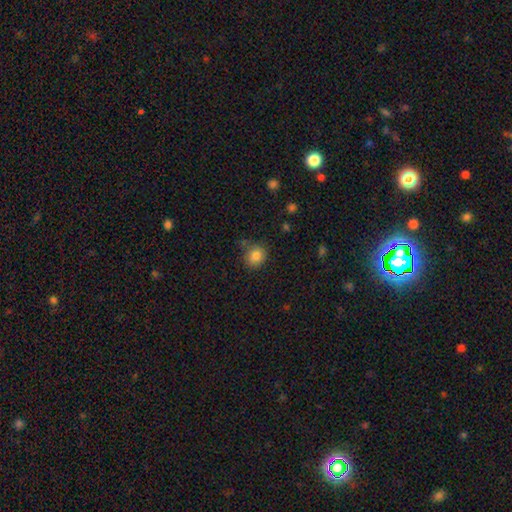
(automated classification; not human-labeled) Smooth or featured? Predicted: smooth (p=0.83). How rounded? Predicted: round (p=0.74). Merging? Predicted: none (p=0.75).